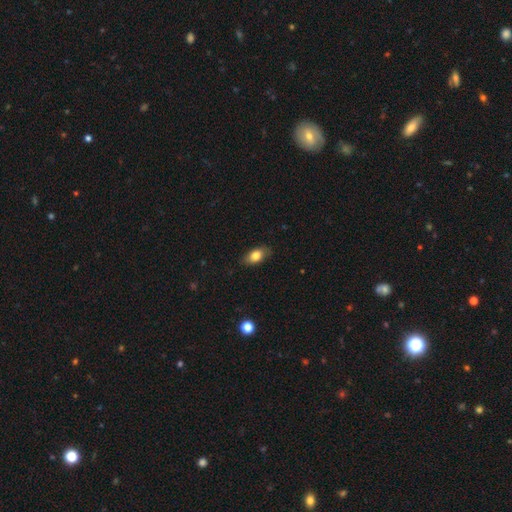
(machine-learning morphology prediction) Smooth or featured?
  - smooth: 81% *
  - featured or disk: 12%
  - star or artifact: 8%
How rounded?
  - in between: 88% *
  - round: 8%
  - cigar-shaped: 4%
Merging?
  - none: 82% *
  - minor disturbance: 14%
  - major disturbance: 3%
  - merger: 1%